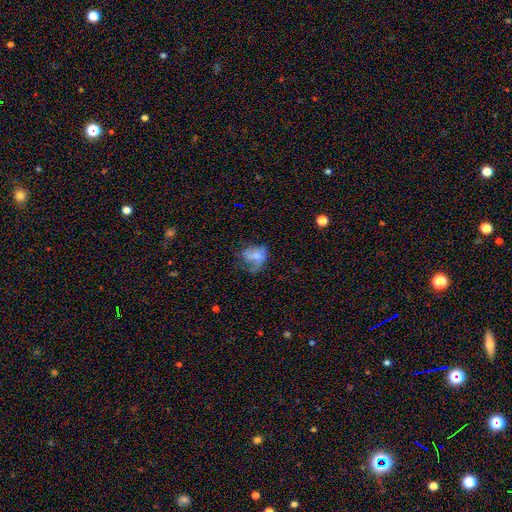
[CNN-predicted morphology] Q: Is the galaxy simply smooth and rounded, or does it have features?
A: smooth — 55%.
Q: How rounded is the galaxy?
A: in between — 65%.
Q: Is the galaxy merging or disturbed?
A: major disturbance — 38%.